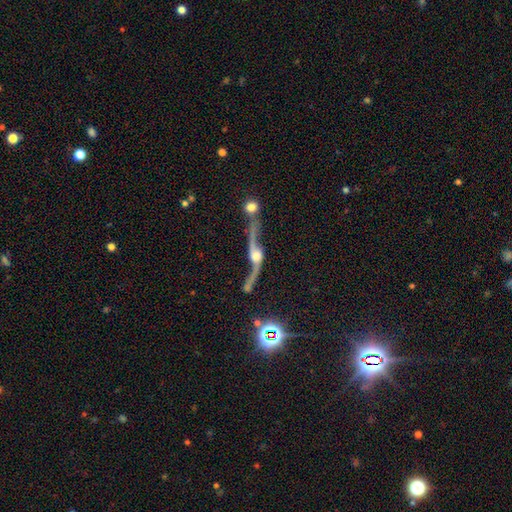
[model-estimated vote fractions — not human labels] smooth-or-featured: featured or disk: 86% | star or artifact: 8% | smooth: 6%
  disk-edge-on: no: 67% | yes: 33%
    bar: no: 63% | weak: 26% | strong: 11%
    has-spiral-arms: yes: 93% | no: 7%
      spiral-winding: loose: 95% | medium: 3% | tight: 2%
      spiral-arm-count: 2: 94% | 1: 2% | can't tell: 1% | 3: 1% | 4: 1% | more than 4: 1%
    bulge-size: moderate: 46% | large: 23% | small: 19% | none: 7% | dominant: 6%
  merging: none: 45% | merger: 25% | minor disturbance: 17% | major disturbance: 14%